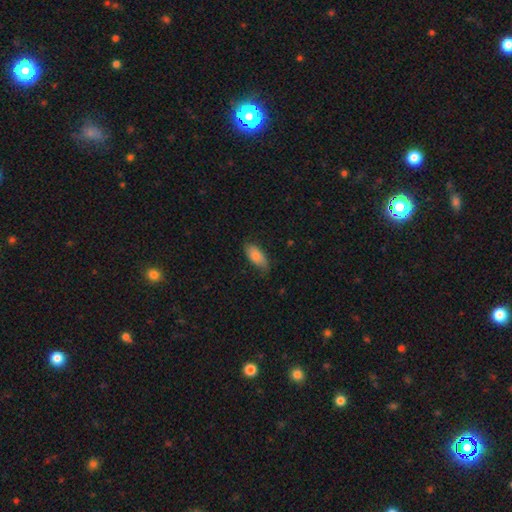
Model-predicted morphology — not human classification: Q: Smooth or featured?
A: smooth (81%); runner-up: featured or disk (13%)
Q: How rounded?
A: in between (86%); runner-up: cigar-shaped (11%)
Q: Merging?
A: none (73%); runner-up: minor disturbance (23%)